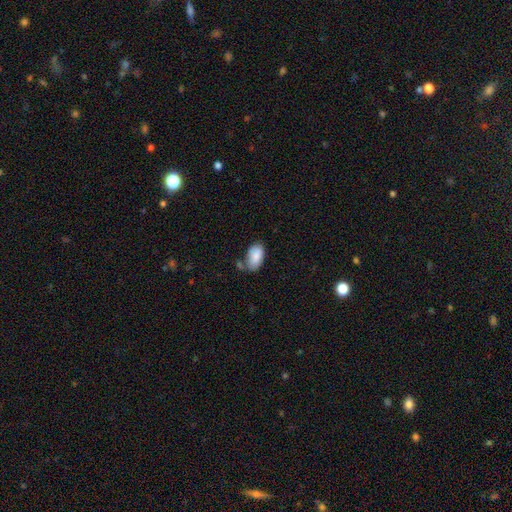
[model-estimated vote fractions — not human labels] Smooth or featured? smooth (85%)
How rounded? in between (95%)
Merging? none (55%)